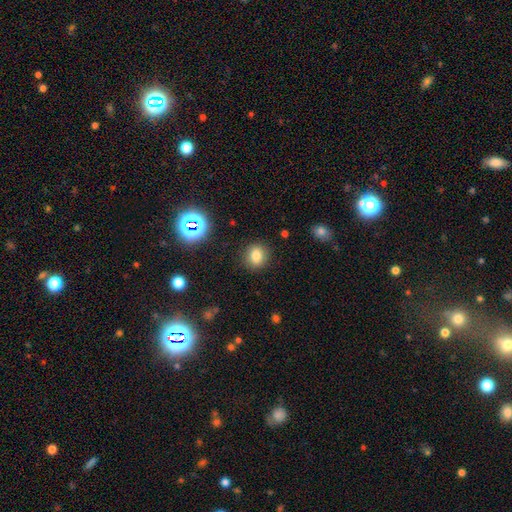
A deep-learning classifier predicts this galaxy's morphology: This is likely a smooth galaxy (79%). How rounded: likely round (68%). Merging: clearly none (88%).